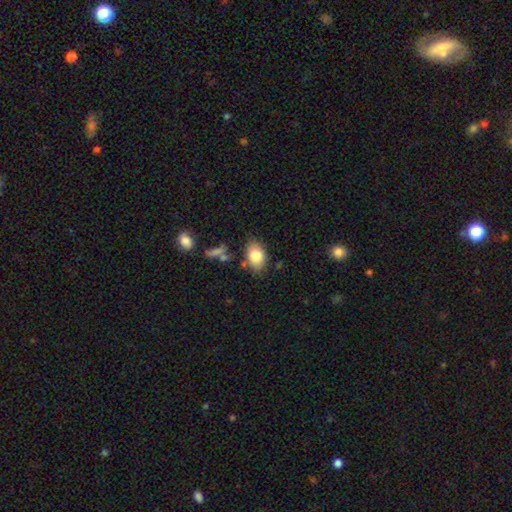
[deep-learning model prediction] Smooth or featured? smooth (81%)
How rounded? in between (86%)
Merging? none (77%)